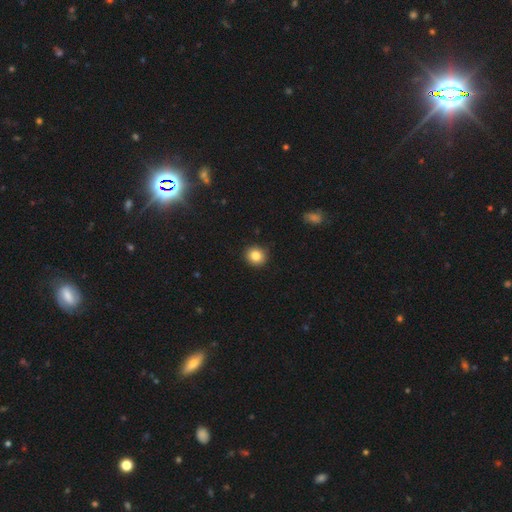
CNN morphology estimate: The model was most divided on "smooth or featured": smooth: 84%, star or artifact: 10%, featured or disk: 6%. More confident: merging — none (91%); how rounded — round (89%).